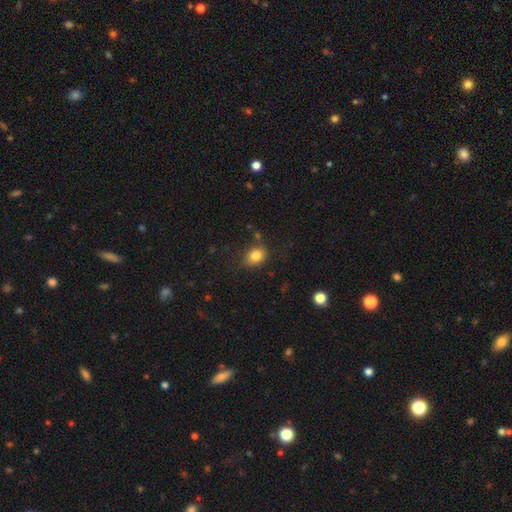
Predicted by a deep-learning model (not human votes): This appears to be a smooth galaxy with no disk features (83%) that is in between round and cigar-shaped (61%). Merging: none (77%).